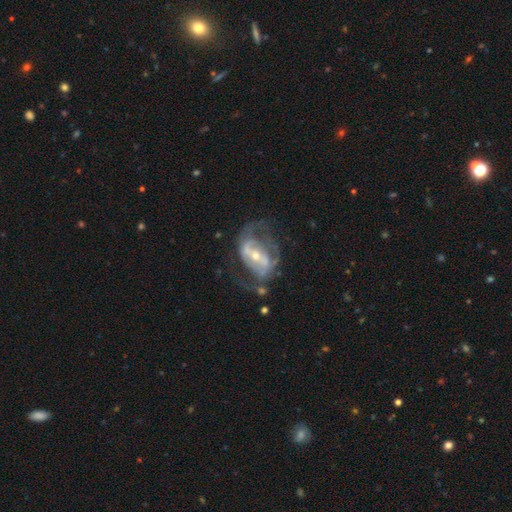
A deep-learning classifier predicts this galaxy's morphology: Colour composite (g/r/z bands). It shows a featured or disk galaxy (82%) with a strong bar (50%), 2 (71%) medium (45%) spiral arms (76%) and a small central bulge (51%). Merging: none (49%).